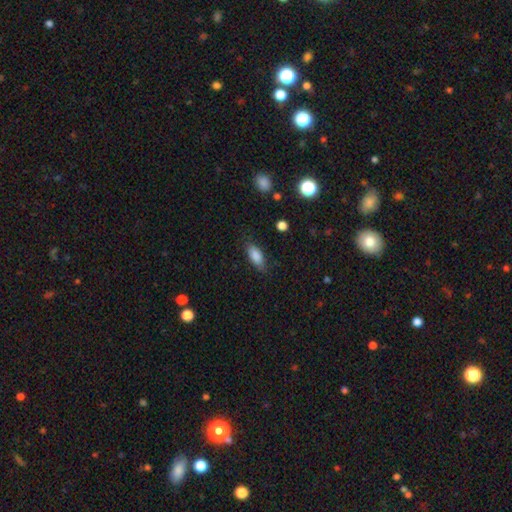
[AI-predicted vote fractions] Smooth or featured?
  - smooth: 86% *
  - featured or disk: 7%
  - star or artifact: 7%
How rounded?
  - in between: 82% *
  - cigar-shaped: 15%
  - round: 3%
Merging?
  - none: 78% *
  - minor disturbance: 17%
  - major disturbance: 4%
  - merger: 1%